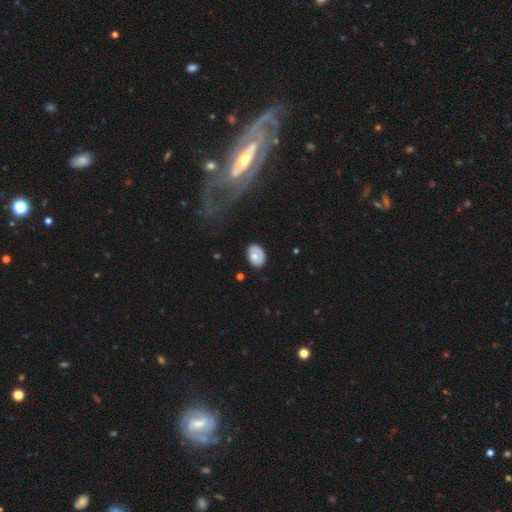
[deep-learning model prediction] smooth 66%, featured or disk 27%, star or artifact 7%. Down the decision tree: how rounded — in between (77%); merging — none (68%).